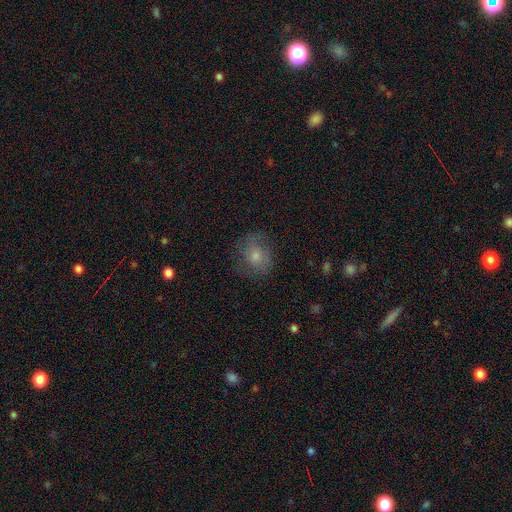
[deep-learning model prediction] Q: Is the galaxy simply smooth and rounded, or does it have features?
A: smooth — 50%.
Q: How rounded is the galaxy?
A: round — 67%.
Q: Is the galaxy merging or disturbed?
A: none — 73%.